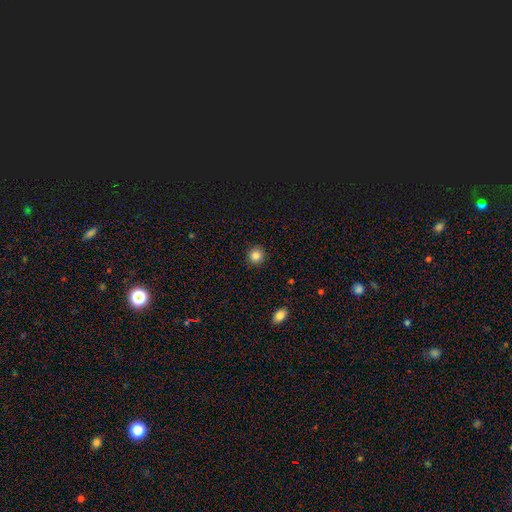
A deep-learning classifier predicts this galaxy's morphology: Smooth or featured? smooth (85%)
How rounded? round (93%)
Merging? none (92%)